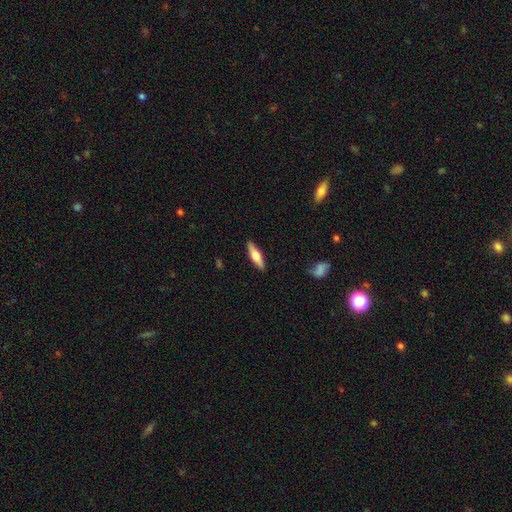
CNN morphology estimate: Smooth or featured: smooth — 53% (featured or disk — 41%)
How rounded: cigar-shaped — 62% (in between — 36%)
Merging: none — 88% (minor disturbance — 9%)